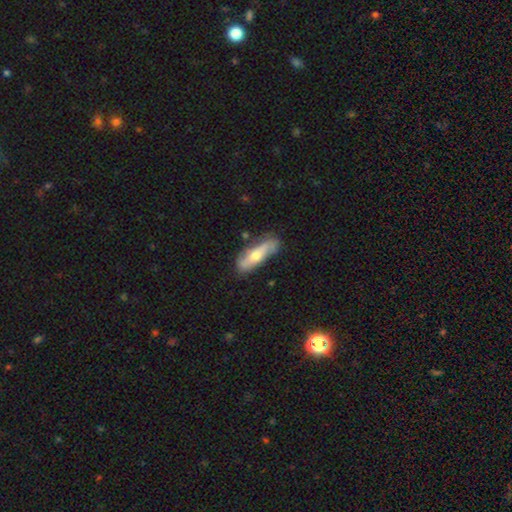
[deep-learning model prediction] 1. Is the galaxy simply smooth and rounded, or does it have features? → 48% smooth, 46% featured or disk, 6% star or artifact.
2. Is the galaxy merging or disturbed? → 70% none, 21% minor disturbance, 5% major disturbance, 4% merger.